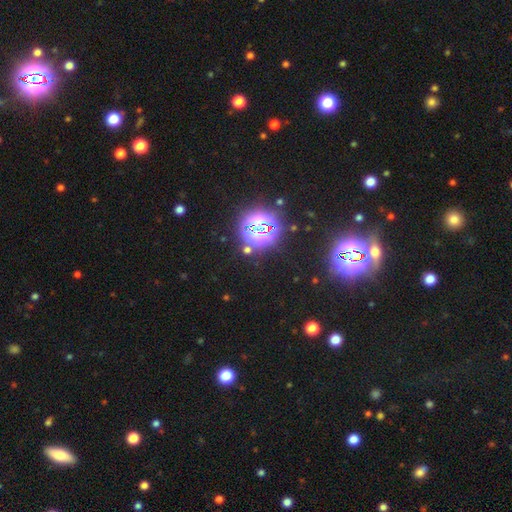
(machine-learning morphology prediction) Overall: star or artifact (80%).